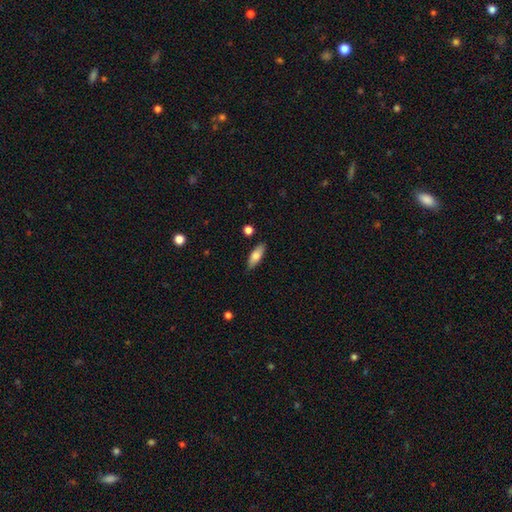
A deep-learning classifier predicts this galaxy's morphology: Overall: smooth (74%). How rounded: in between (68%; cigar-shaped 30%). Merging: none (85%).